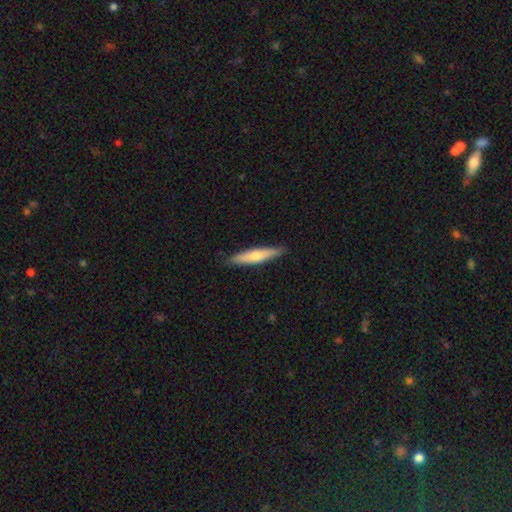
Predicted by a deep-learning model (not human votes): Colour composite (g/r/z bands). It shows a smooth galaxy with no disk features (65%) that is cigar-shaped (86%). Merging: none (88%).